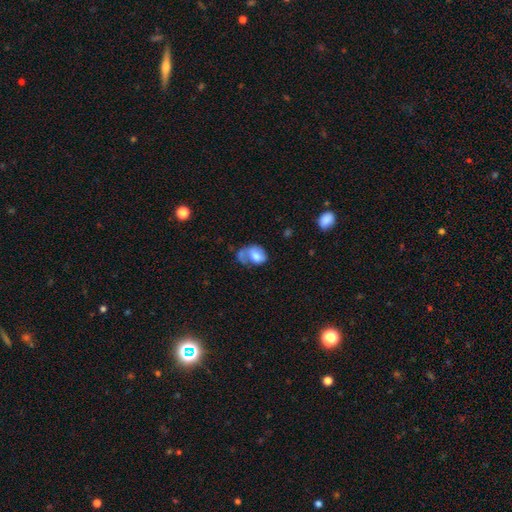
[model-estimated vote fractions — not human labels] Smooth or featured?
  - smooth: 58% *
  - featured or disk: 34%
  - star or artifact: 8%
How rounded?
  - in between: 76% *
  - round: 23%
  - cigar-shaped: 1%
Merging?
  - major disturbance: 40% *
  - none: 26%
  - minor disturbance: 23%
  - merger: 11%